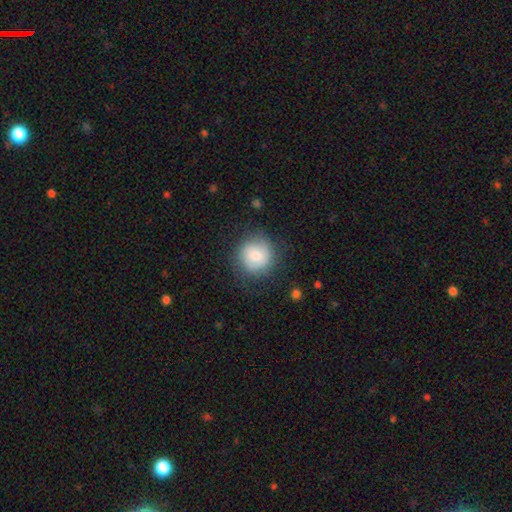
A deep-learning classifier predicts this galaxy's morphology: Smooth or featured: smooth — 74% (featured or disk — 18%)
How rounded: round — 93% (in between — 6%)
Merging: none — 78% (minor disturbance — 14%)